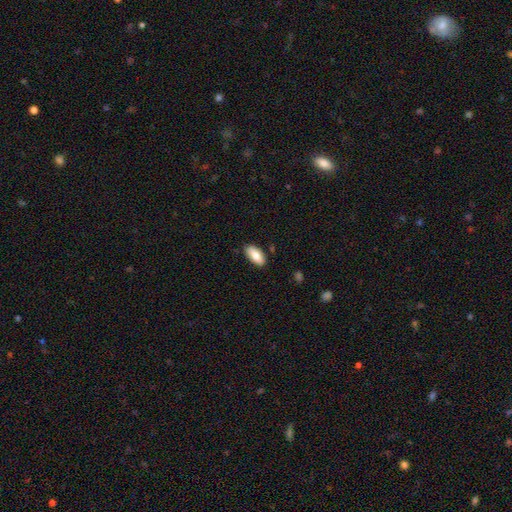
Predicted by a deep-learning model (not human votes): Smooth or featured? smooth (80%)
How rounded? in between (89%)
Merging? none (84%)